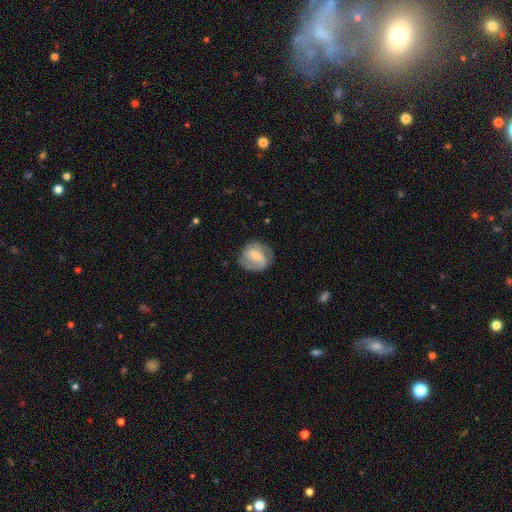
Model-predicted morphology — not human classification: type=featured or disk (69%); edge-on=no (97%); bar=weak (45%); spiral arms=yes (86%); winding=medium (42%); arm count=2 (77%); bulge=small (52%); merging=none (77%).